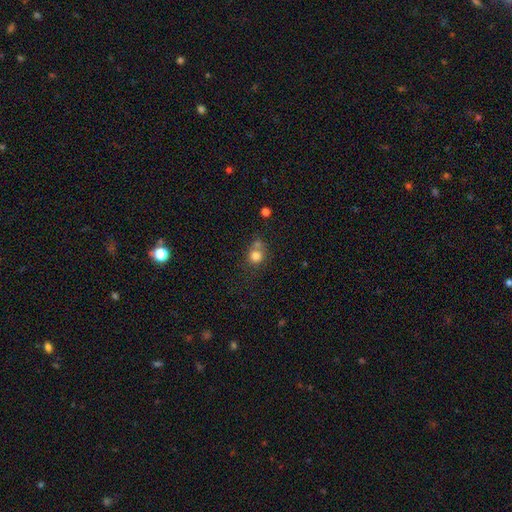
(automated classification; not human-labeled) smooth_or_featured: smooth (p=0.79) [alt: star or artifact p=0.12]
how_rounded: round (p=0.83) [alt: in between p=0.16]
merging: none (p=0.47) [alt: merger p=0.33]